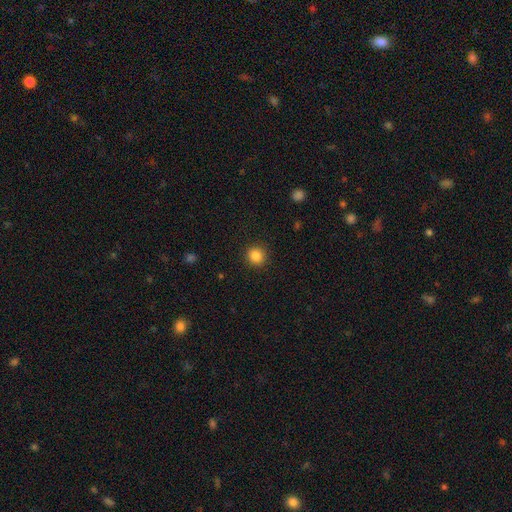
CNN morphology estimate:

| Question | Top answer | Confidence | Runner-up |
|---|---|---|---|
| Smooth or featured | smooth | 86% | star or artifact (11%) |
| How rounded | round | 92% | in between (7%) |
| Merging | none | 92% | minor disturbance (5%) |